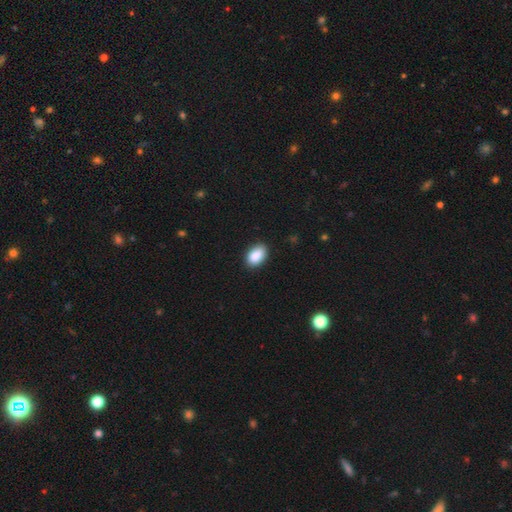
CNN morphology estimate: smooth 89%, star or artifact 7%, featured or disk 4%. Down the decision tree: how rounded — in between (89%); merging — none (86%).